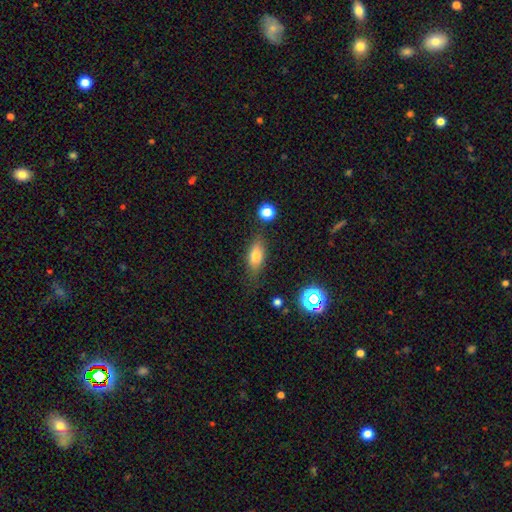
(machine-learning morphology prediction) Overall: smooth (74%). How rounded: in between (77%). Merging: none (76%).